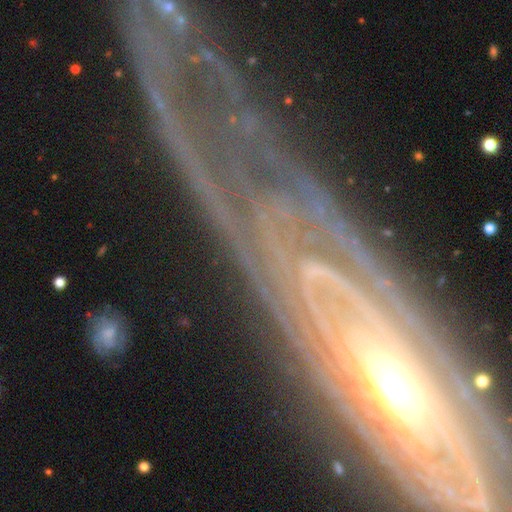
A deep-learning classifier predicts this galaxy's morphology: Q: Smooth or featured?
A: featured or disk (64%); runner-up: star or artifact (23%)
Q: Edge-on disk?
A: no (74%); runner-up: yes (26%)
Q: Merging?
A: none (76%); runner-up: minor disturbance (13%)